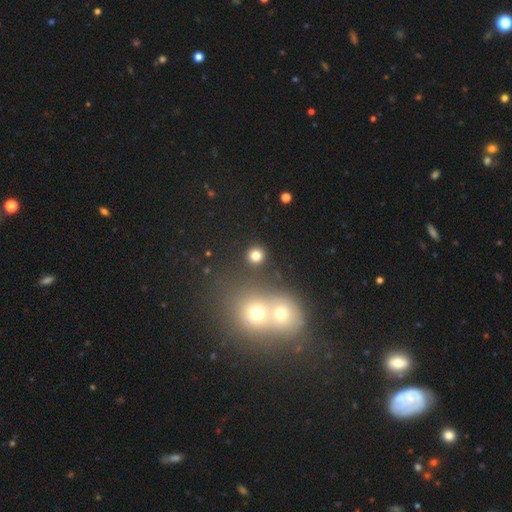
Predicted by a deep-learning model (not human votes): smooth 80%, star or artifact 14%, featured or disk 6%. Down the decision tree: how rounded — round (90%); merging — none (84%).